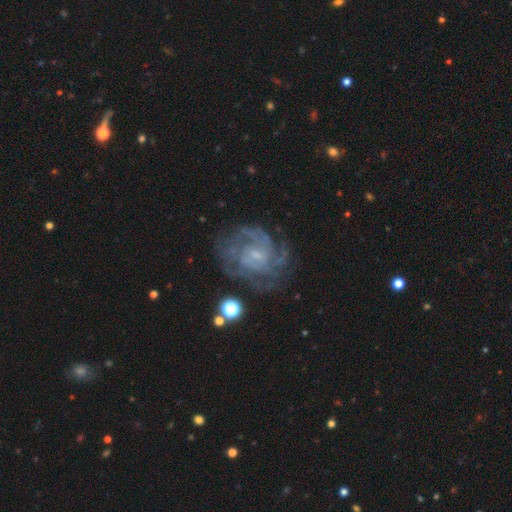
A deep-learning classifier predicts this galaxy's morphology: Q: Smooth or featured?
A: featured or disk (83%); runner-up: star or artifact (9%)
Q: Edge-on disk?
A: no (98%); runner-up: yes (2%)
Q: Bar?
A: no (56%); runner-up: weak (37%)
Q: Spiral arms?
A: yes (93%); runner-up: no (7%)
Q: Spiral winding?
A: tight (53%); runner-up: medium (38%)
Q: Spiral arm count?
A: can't tell (31%); runner-up: 3 (22%)
Q: Bulge size?
A: small (63%); runner-up: moderate (19%)
Q: Merging?
A: none (68%); runner-up: minor disturbance (17%)